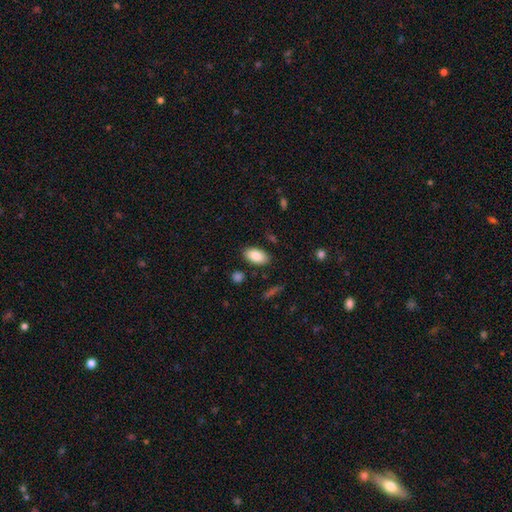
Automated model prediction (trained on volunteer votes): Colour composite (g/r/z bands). It shows a smooth galaxy with no disk features (86%) that is in between round and cigar-shaped (94%). Merging: none (85%).